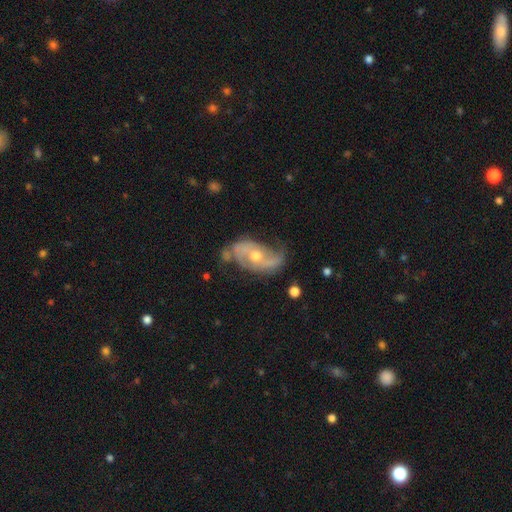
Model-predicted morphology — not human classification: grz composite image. It shows a featured or disk galaxy (82%) with no bar (60%), 2 (80%) loose (43%) spiral arms (89%) and a moderate central bulge (64%). Merging: none (54%).